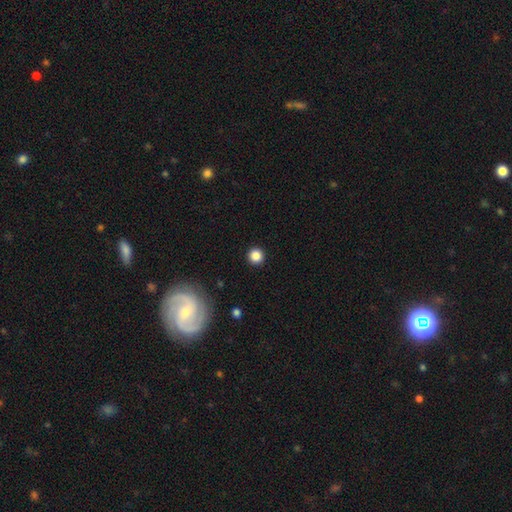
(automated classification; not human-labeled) smooth_or_featured: smooth (p=0.85) [alt: star or artifact p=0.11]
how_rounded: round (p=0.95) [alt: in between p=0.04]
merging: none (p=0.92) [alt: minor disturbance p=0.05]